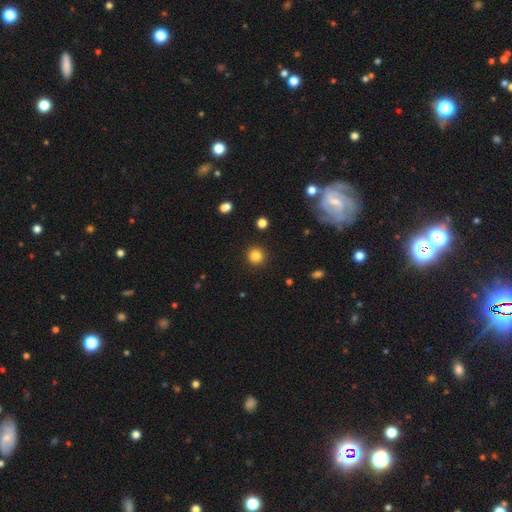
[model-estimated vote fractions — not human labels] Smooth or featured? smooth (84%)
How rounded? round (94%)
Merging? none (91%)